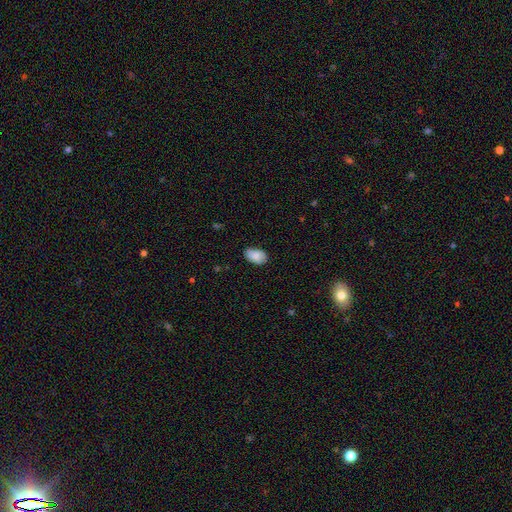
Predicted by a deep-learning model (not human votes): This appears to be a smooth galaxy with no disk features (86%) that is in between round and cigar-shaped (91%). Merging: none (77%).